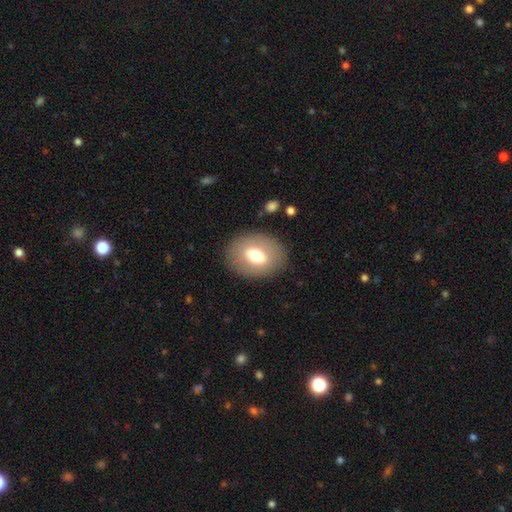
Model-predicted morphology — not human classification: smooth 64%, featured or disk 28%, star or artifact 8%. Down the decision tree: how rounded — in between (71%); merging — none (85%).